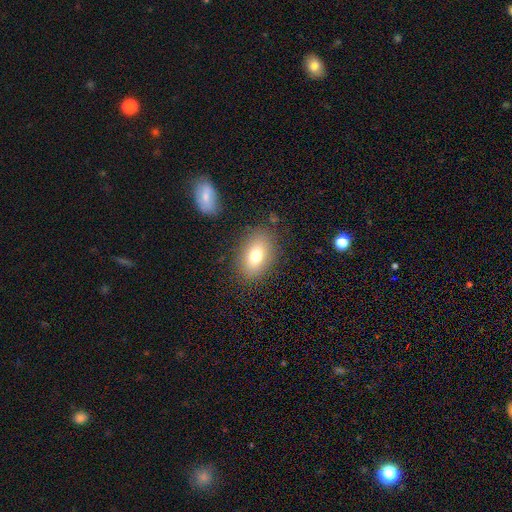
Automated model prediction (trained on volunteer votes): This appears to be a smooth galaxy with no disk features (74%) that is in between round and cigar-shaped (87%). Merging: none (83%).